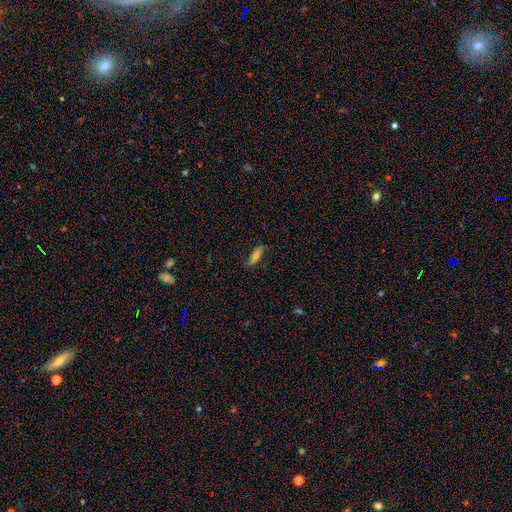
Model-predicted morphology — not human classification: type=smooth (62%); roundness=in between (55%); merging=none (77%).